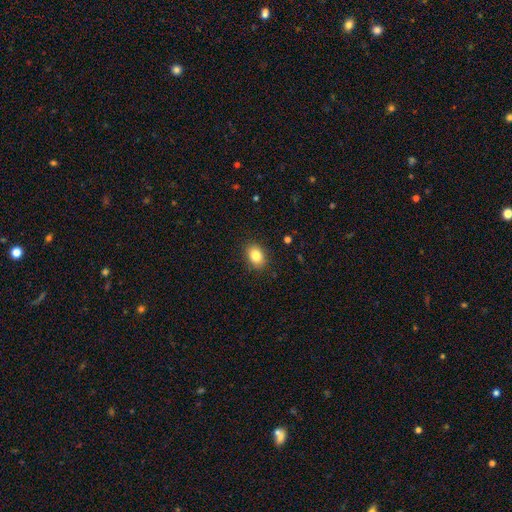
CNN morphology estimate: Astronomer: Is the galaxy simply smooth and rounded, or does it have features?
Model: smooth — 84%.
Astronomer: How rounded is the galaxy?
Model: in between — 76%.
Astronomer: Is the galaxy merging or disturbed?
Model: none — 87%.